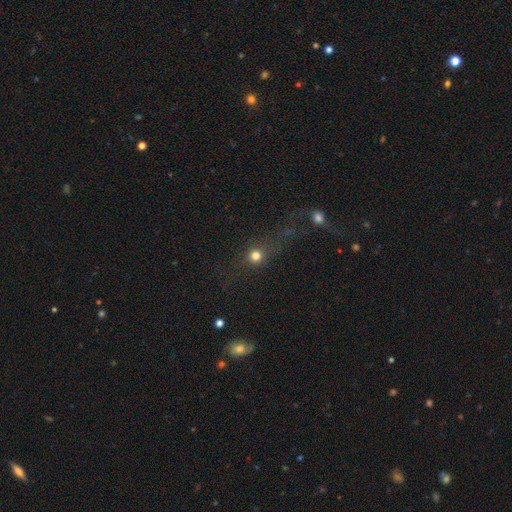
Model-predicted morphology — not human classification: This is likely a smooth galaxy (62%). How rounded: likely round (76%). Merging: possibly none (58%).